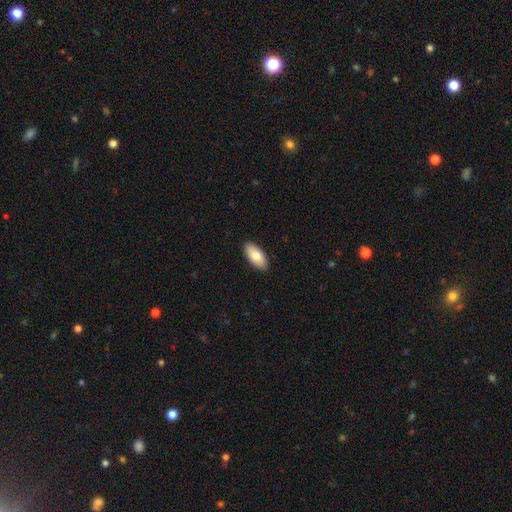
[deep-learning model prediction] Smooth or featured?
  - smooth: 81% *
  - featured or disk: 14%
  - star or artifact: 6%
How rounded?
  - in between: 92% *
  - cigar-shaped: 6%
  - round: 2%
Merging?
  - none: 90% *
  - minor disturbance: 8%
  - major disturbance: 2%
  - merger: 1%